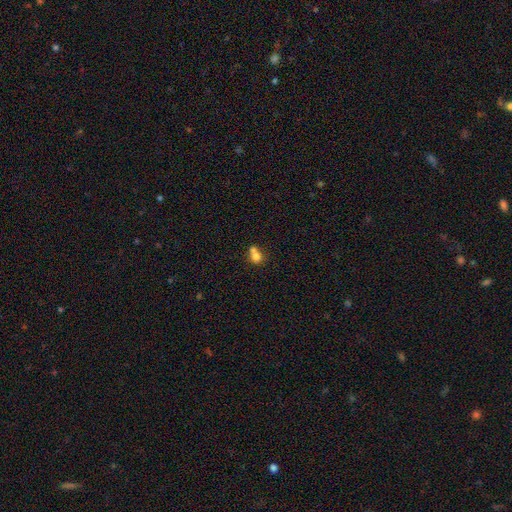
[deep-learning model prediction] smooth_or_featured: smooth (p=0.74) [alt: featured or disk p=0.15]
how_rounded: round (p=0.65) [alt: in between p=0.34]
merging: merger (p=0.61) [alt: none p=0.27]